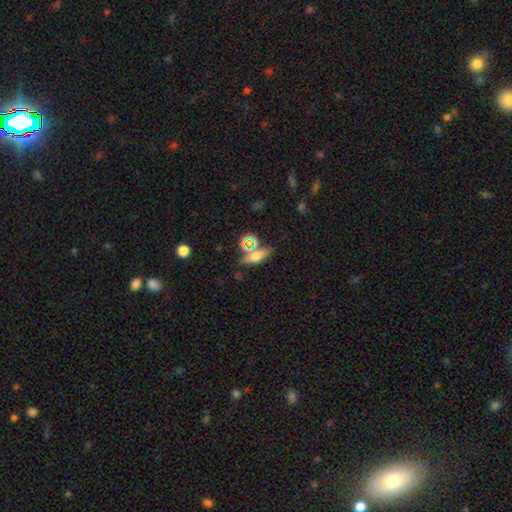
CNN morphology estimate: smooth_or_featured: smooth (p=0.53) [alt: featured or disk p=0.29]
how_rounded: in between (p=0.47) [alt: cigar-shaped p=0.42]
merging: none (p=0.66) [alt: merger p=0.15]